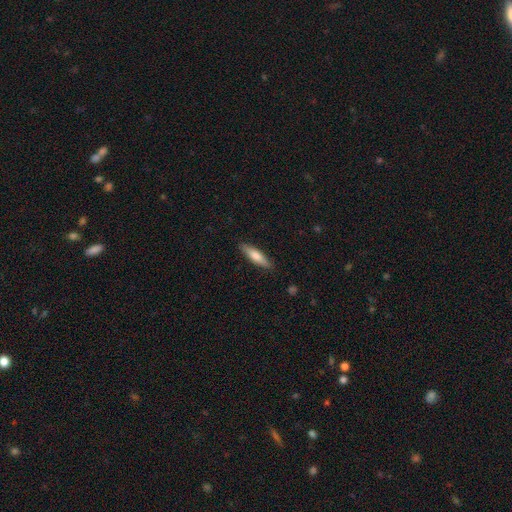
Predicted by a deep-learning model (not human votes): Smooth or featured? smooth (71%)
How rounded? cigar-shaped (74%)
Merging? none (88%)